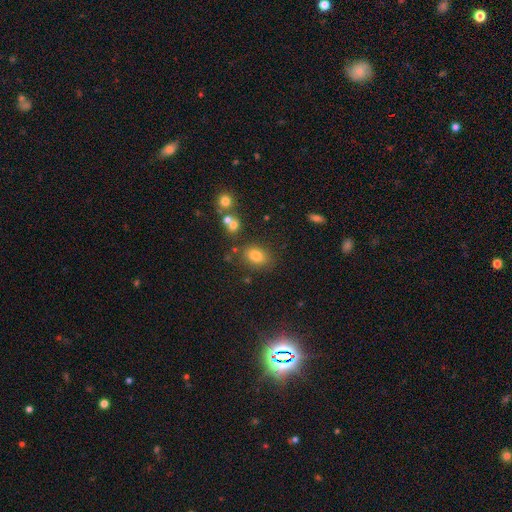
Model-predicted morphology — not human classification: smooth 79%, star or artifact 12%, featured or disk 8%. Down the decision tree: how rounded — in between (74%); merging — none (75%).